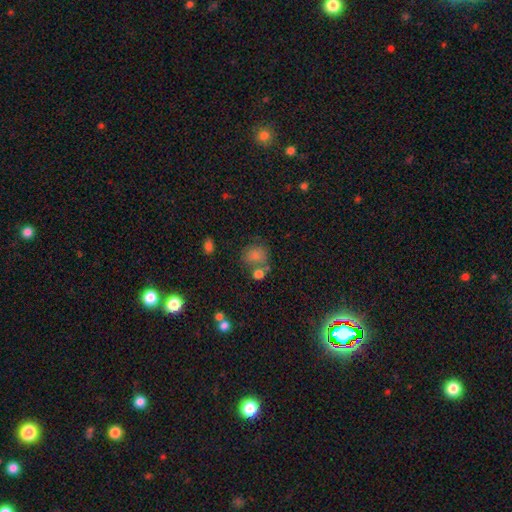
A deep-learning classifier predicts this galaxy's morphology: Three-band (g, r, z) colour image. It shows a smooth galaxy with no disk features (78%) that is round (74%). Merging: none (55%).